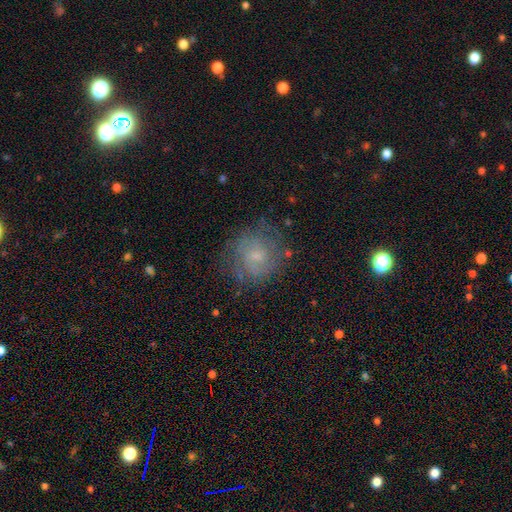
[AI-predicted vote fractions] smooth-or-featured: featured or disk: 59% | smooth: 30% | star or artifact: 10%
  disk-edge-on: no: 98% | yes: 2%
    bar: no: 54% | weak: 40% | strong: 6%
    has-spiral-arms: yes: 80% | no: 20%
    bulge-size: small: 64% | moderate: 25% | none: 9% | large: 2% | dominant: 1%
  merging: none: 71% | minor disturbance: 18% | major disturbance: 9% | merger: 2%